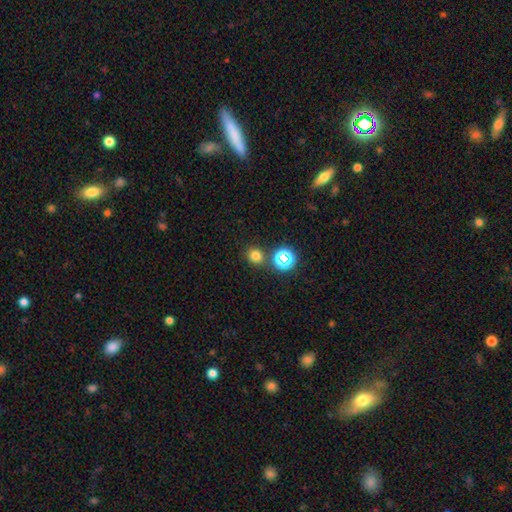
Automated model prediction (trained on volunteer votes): Smooth or featured?
  - smooth: 74% *
  - star or artifact: 21%
  - featured or disk: 6%
How rounded?
  - round: 83% *
  - in between: 16%
  - cigar-shaped: 1%
Merging?
  - none: 78% *
  - merger: 11%
  - minor disturbance: 8%
  - major disturbance: 3%